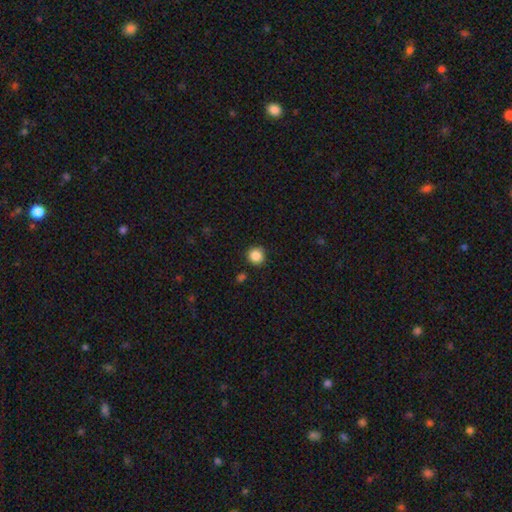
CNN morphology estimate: Overall: smooth (86%). How rounded: round (93%). Merging: none (88%).